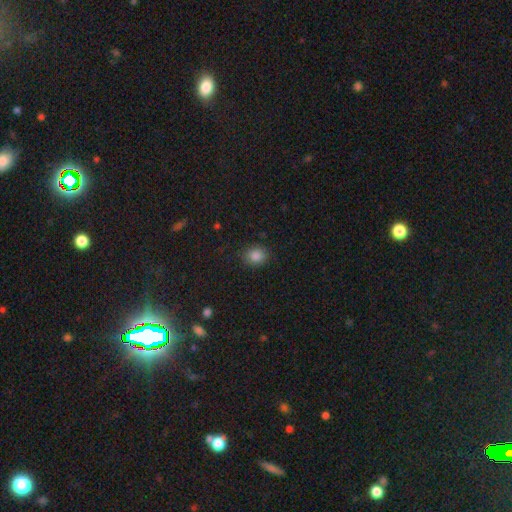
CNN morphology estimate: This is clearly a smooth galaxy (85%). How rounded: likely round (63%). Merging: clearly none (85%).